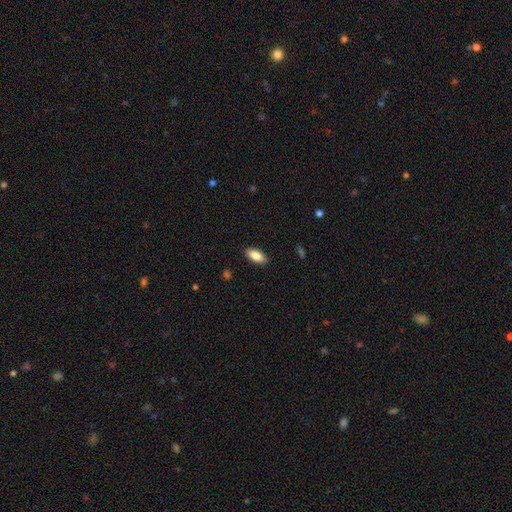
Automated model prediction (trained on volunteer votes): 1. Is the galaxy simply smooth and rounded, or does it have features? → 85% smooth, 8% featured or disk, 7% star or artifact.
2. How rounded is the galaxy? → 87% in between, 11% cigar-shaped, 2% round.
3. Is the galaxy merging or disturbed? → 89% none, 8% minor disturbance, 2% major disturbance, 1% merger.